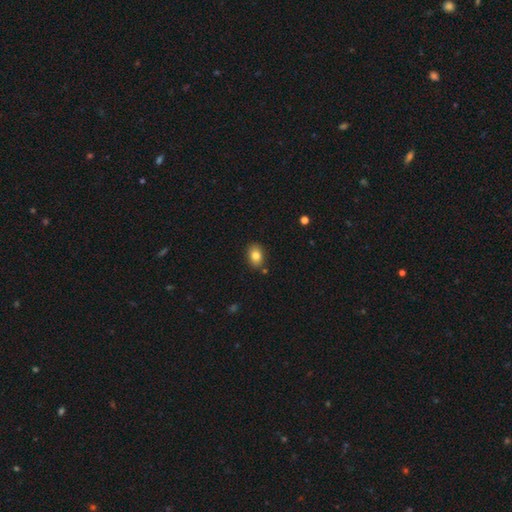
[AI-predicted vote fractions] A smooth galaxy with no disk features (82%) that is in between round and cigar-shaped (75%).

Vote fractions:
- Smooth or featured? smooth: 82% / star or artifact: 9% / featured or disk: 9%
- How rounded? in between: 75% / round: 24% / cigar-shaped: 1%
- Merging? none: 84% / minor disturbance: 11% / merger: 3% / major disturbance: 2%